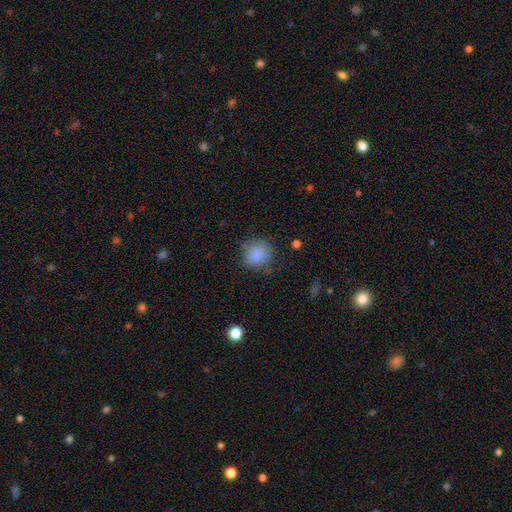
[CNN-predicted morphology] Smooth or featured?
  - smooth: 86% *
  - star or artifact: 9%
  - featured or disk: 5%
How rounded?
  - round: 82% *
  - in between: 17%
  - cigar-shaped: 1%
Merging?
  - none: 80% *
  - minor disturbance: 14%
  - major disturbance: 4%
  - merger: 2%